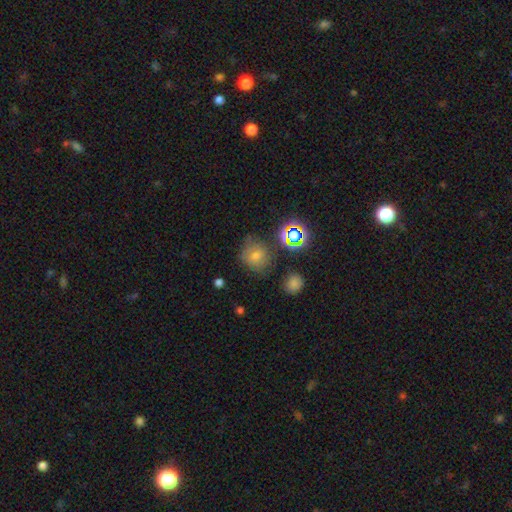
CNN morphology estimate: smooth_or_featured: smooth (p=0.58) [alt: star or artifact p=0.28]
how_rounded: round (p=0.80) [alt: in between p=0.19]
merging: none (p=0.71) [alt: minor disturbance p=0.17]